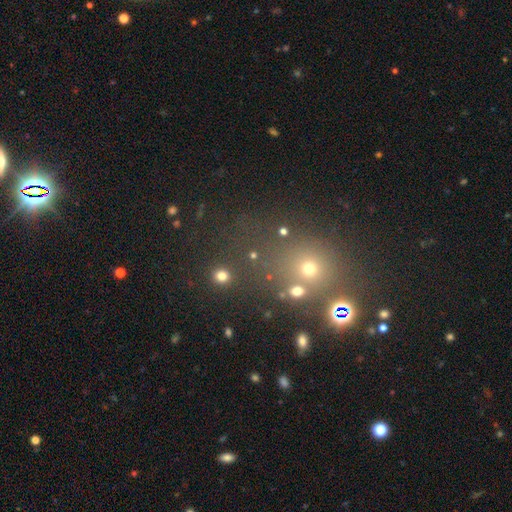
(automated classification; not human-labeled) The model was most divided on "smooth or featured": star or artifact: 52%, smooth: 38%, featured or disk: 10%.